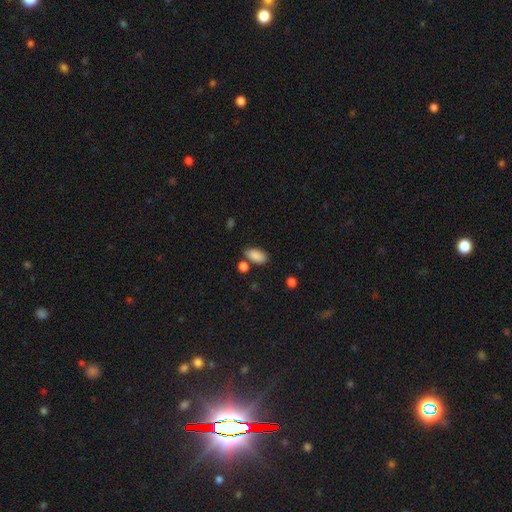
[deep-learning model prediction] smooth-or-featured: smooth: 87% | star or artifact: 8% | featured or disk: 5%
  how-rounded: in between: 92% | round: 4% | cigar-shaped: 4%
  merging: none: 68% | minor disturbance: 16% | merger: 12% | major disturbance: 4%